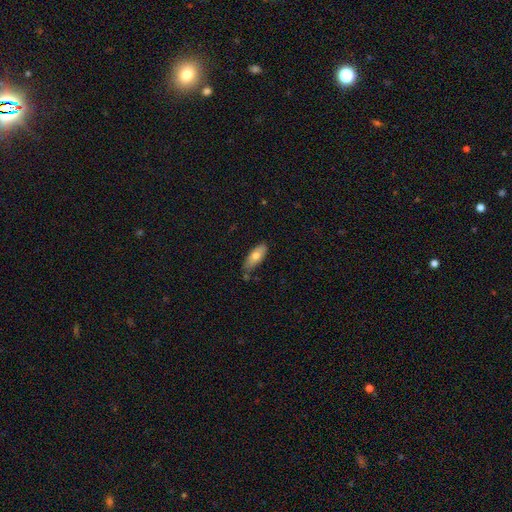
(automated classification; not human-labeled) smooth_or_featured: smooth (p=0.73) [alt: featured or disk p=0.20]
how_rounded: in between (p=0.77) [alt: cigar-shaped p=0.21]
merging: none (p=0.72) [alt: minor disturbance p=0.20]